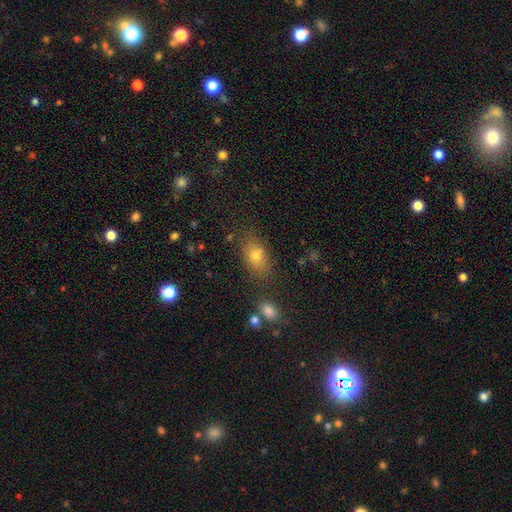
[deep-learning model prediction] A smooth galaxy with no disk features (71%) that is in between round and cigar-shaped (80%). Merging: none (75%).